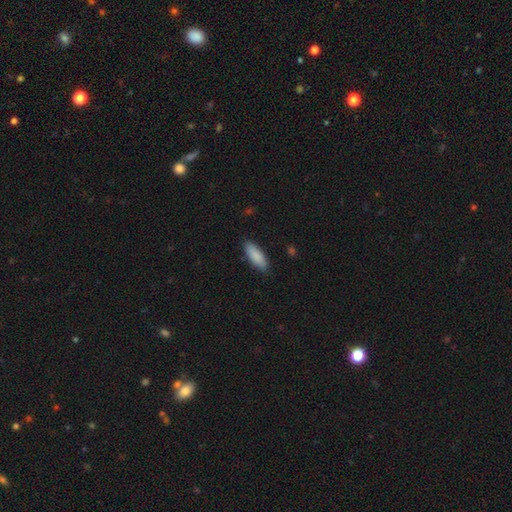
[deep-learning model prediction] Smooth or featured? Predicted: smooth (p=0.88). How rounded? Predicted: in between (p=0.69). Merging? Predicted: none (p=0.86).